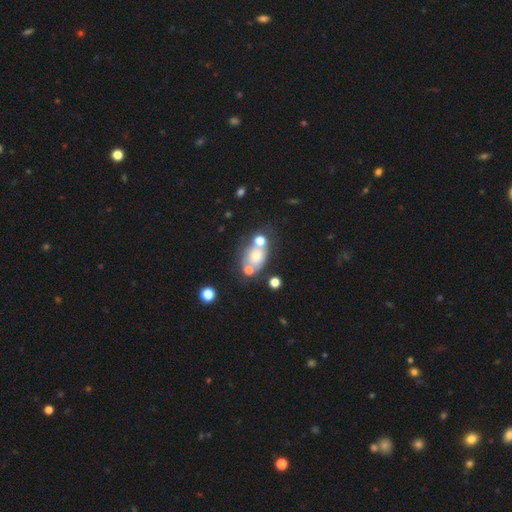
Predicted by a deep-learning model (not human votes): This appears to be a smooth galaxy with no disk features (57%) that is in between round and cigar-shaped (61%). Merging: none (47%).